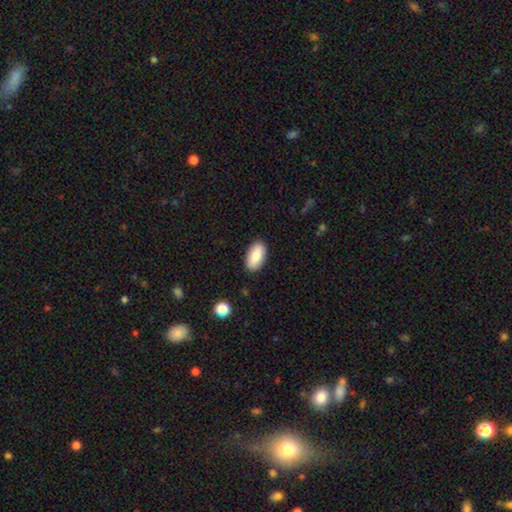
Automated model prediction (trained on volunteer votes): A smooth galaxy with no disk features (82%) that is in between round and cigar-shaped (93%).

Vote fractions:
- Smooth or featured? smooth: 82% / featured or disk: 12% / star or artifact: 6%
- How rounded? in between: 93% / cigar-shaped: 4% / round: 3%
- Merging? none: 88% / minor disturbance: 9% / major disturbance: 2% / merger: 1%